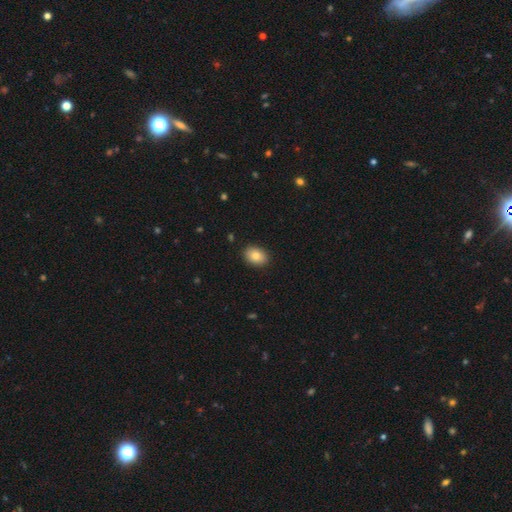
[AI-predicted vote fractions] Overall: smooth (84%). How rounded: in between (80%). Merging: none (89%).